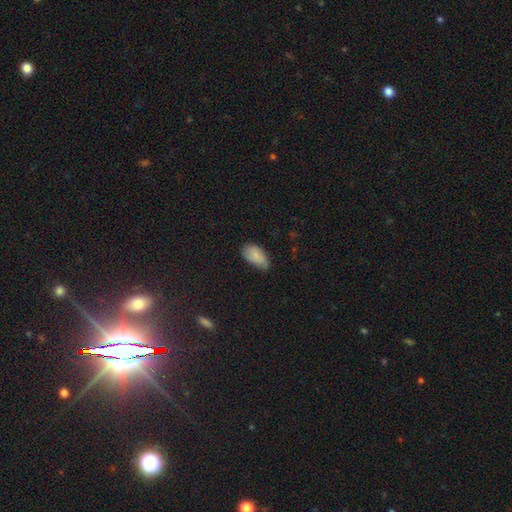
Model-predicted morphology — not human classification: Q: Smooth or featured?
A: smooth (81%); runner-up: featured or disk (12%)
Q: How rounded?
A: in between (94%); runner-up: round (3%)
Q: Merging?
A: none (49%); runner-up: minor disturbance (41%)